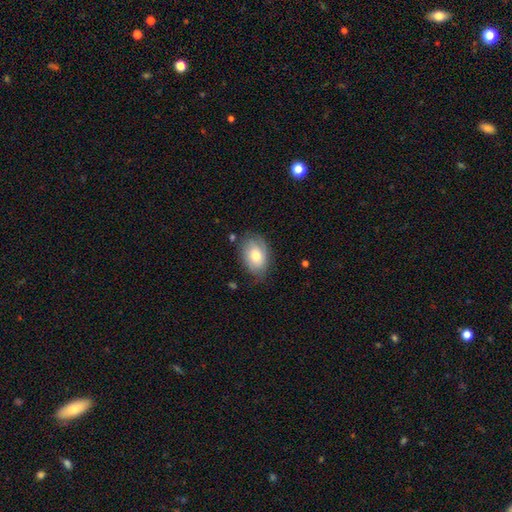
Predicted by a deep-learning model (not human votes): Smooth or featured? smooth (68%)
How rounded? in between (84%)
Merging? none (70%)